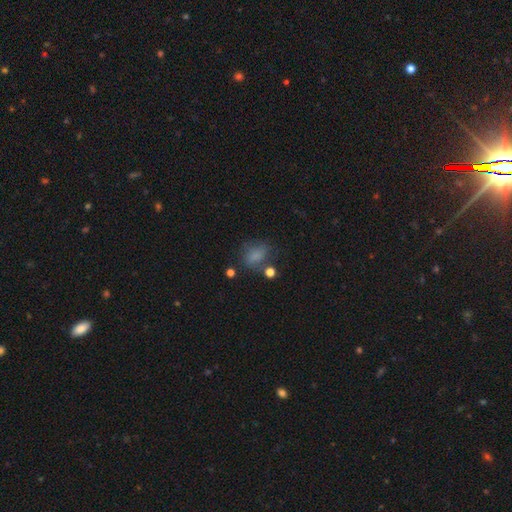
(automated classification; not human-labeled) A smooth galaxy with no disk features (71%) that is in between round and cigar-shaped (65%). Merging: none (53%).